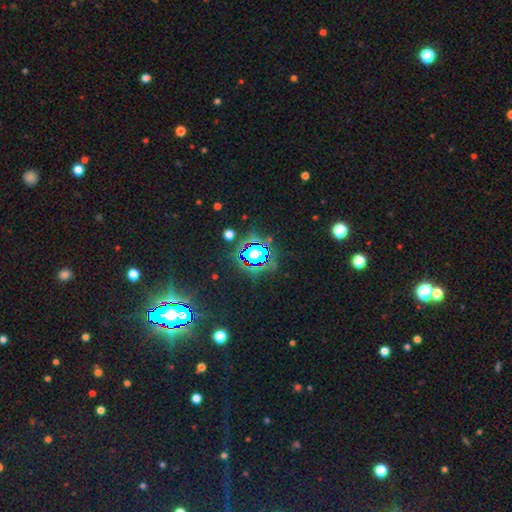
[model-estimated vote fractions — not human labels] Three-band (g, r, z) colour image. It shows a star or artifact, not a galaxy (69%).